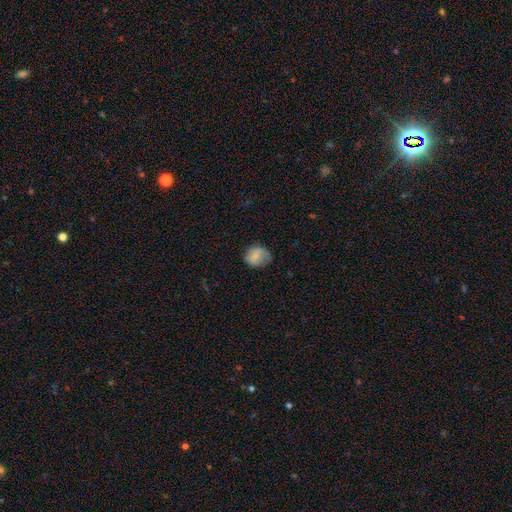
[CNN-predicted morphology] Smooth or featured?
  - smooth: 77% *
  - featured or disk: 14%
  - star or artifact: 9%
How rounded?
  - round: 64% *
  - in between: 35%
  - cigar-shaped: 1%
Merging?
  - none: 63% *
  - minor disturbance: 27%
  - major disturbance: 9%
  - merger: 1%